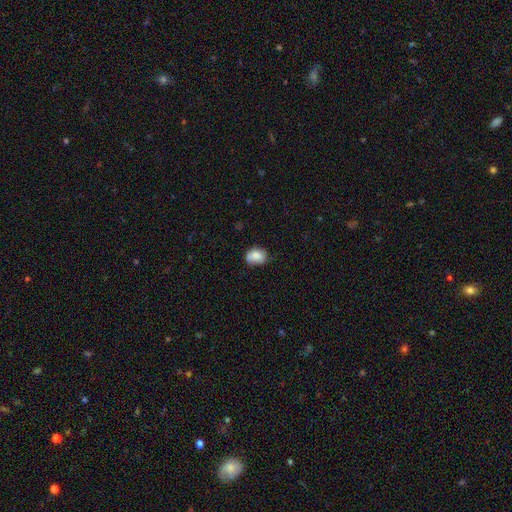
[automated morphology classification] A smooth galaxy with no disk features (81%) that is in between round and cigar-shaped (64%). Merging: none (54%).